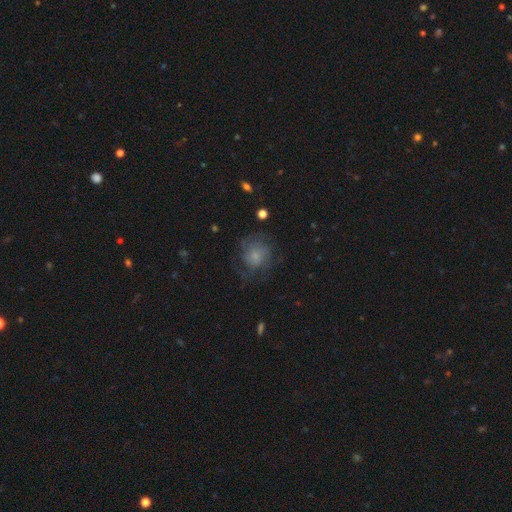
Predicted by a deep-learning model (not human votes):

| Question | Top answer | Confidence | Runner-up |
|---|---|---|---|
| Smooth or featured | smooth | 48% | featured or disk (41%) |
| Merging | none | 59% | minor disturbance (21%) |